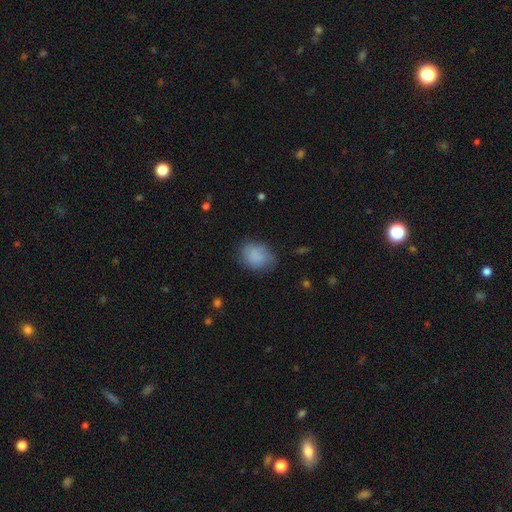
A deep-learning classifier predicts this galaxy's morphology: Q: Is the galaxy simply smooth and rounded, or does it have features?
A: smooth — 83%.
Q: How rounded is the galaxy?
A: in between — 60%.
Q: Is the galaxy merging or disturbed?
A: none — 70%.